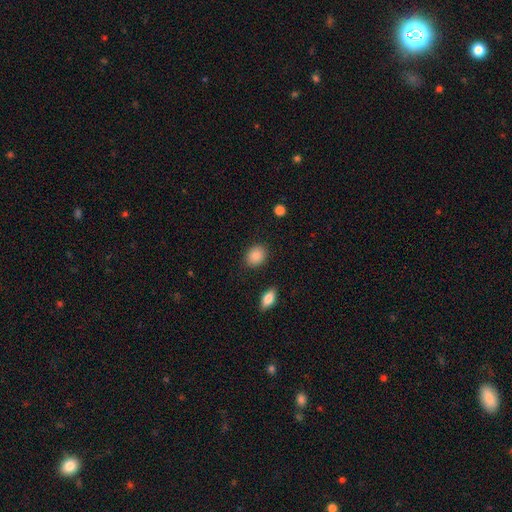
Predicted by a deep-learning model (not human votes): The model was most divided on "how rounded": round: 50%, in between: 49%, cigar-shaped: 1%. More confident: smooth or featured — smooth (87%); merging — none (87%).